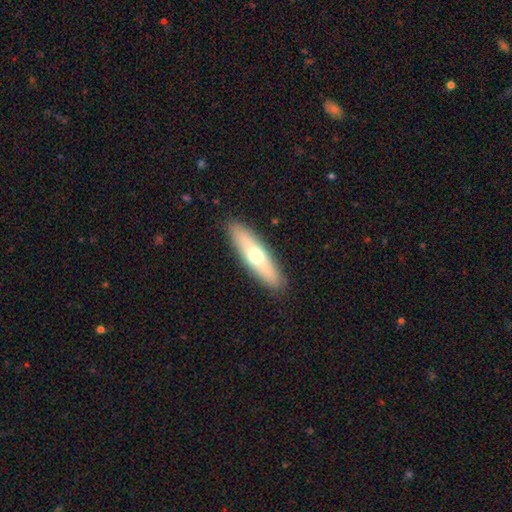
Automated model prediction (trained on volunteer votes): Overall: smooth (56%; featured or disk 38%). How rounded: cigar-shaped (70%). Merging: none (89%).